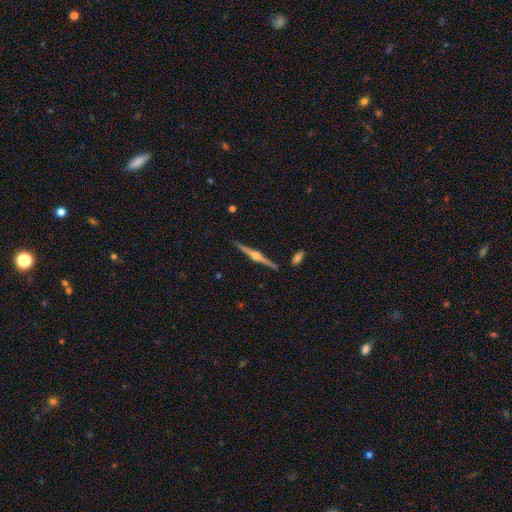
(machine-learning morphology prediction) Smooth or featured?
  - featured or disk: 85% *
  - smooth: 10%
  - star or artifact: 5%
Edge-on disk?
  - yes: 99% *
  - no: 1%
Edge-on bulge?
  - rounded: 95% *
  - boxy: 3%
  - none: 2%
Merging?
  - none: 90% *
  - minor disturbance: 7%
  - merger: 2%
  - major disturbance: 1%